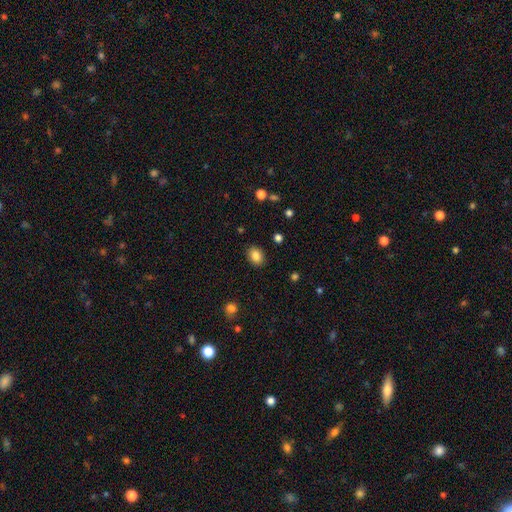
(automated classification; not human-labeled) Morphology: type=smooth (85%); roundness=in between (57%); merging=none (88%).